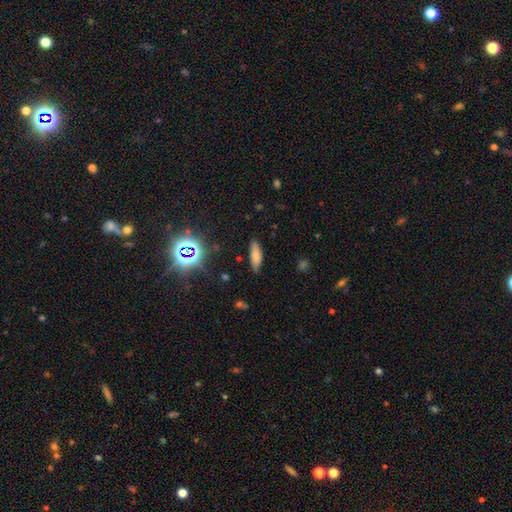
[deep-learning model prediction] A smooth galaxy with no disk features (74%) that is in between round and cigar-shaped (57%). Merging: none (82%).